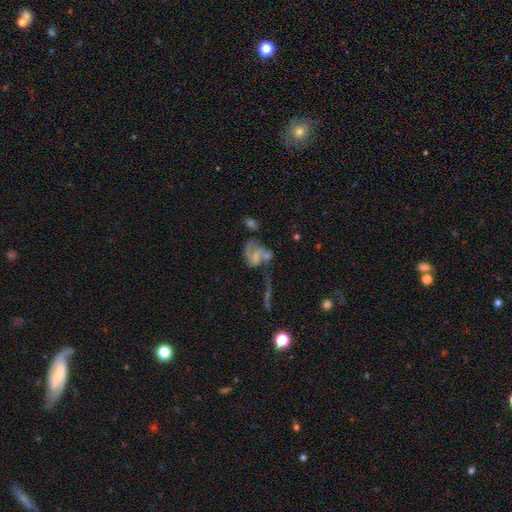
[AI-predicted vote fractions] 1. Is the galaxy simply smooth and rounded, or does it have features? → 65% featured or disk, 24% smooth, 11% star or artifact.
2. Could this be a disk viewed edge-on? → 97% no, 3% yes.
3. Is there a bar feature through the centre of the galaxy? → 48% no, 38% weak, 14% strong.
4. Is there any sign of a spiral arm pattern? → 77% yes, 23% no.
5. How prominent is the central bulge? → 46% none, 26% small, 20% moderate, 6% large, 2% dominant.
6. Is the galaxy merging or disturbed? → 38% merger, 24% none, 24% major disturbance, 13% minor disturbance.